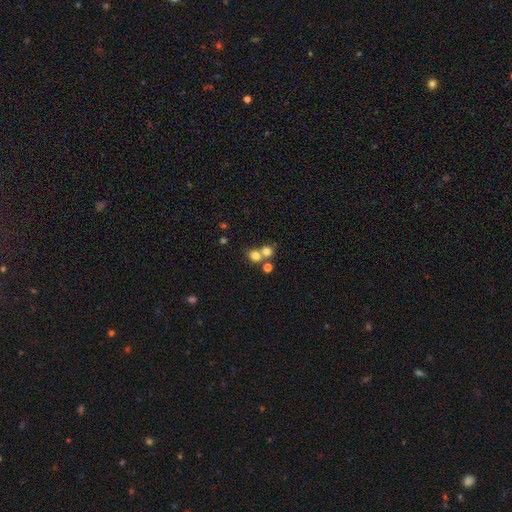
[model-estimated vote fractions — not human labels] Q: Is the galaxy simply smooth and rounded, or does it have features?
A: smooth — 75%.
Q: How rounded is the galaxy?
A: round — 76%.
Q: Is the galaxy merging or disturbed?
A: merger — 49%.